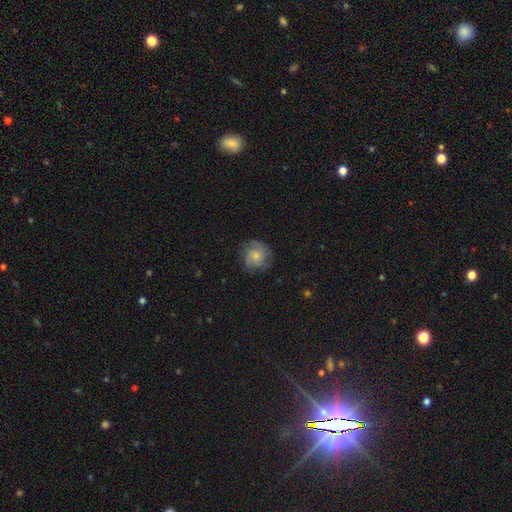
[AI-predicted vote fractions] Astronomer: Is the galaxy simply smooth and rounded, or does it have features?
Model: smooth — 54% (runner-up: featured or disk, 37%).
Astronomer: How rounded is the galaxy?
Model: round — 89%.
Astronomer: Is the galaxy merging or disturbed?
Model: none — 75%.